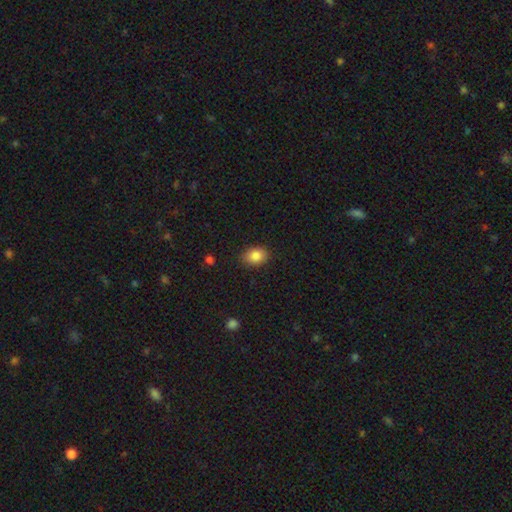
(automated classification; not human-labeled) Overall: smooth (85%). How rounded: in between (68%; round 31%). Merging: none (87%).